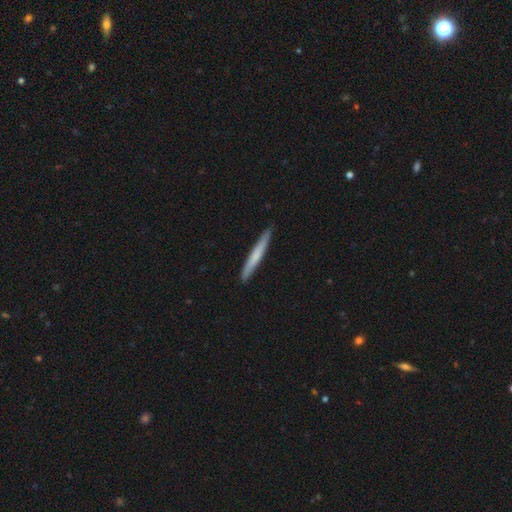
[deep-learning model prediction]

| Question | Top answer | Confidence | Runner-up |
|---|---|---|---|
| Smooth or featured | smooth | 62% | featured or disk (33%) |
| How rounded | cigar-shaped | 97% | in between (2%) |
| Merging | none | 91% | minor disturbance (7%) |